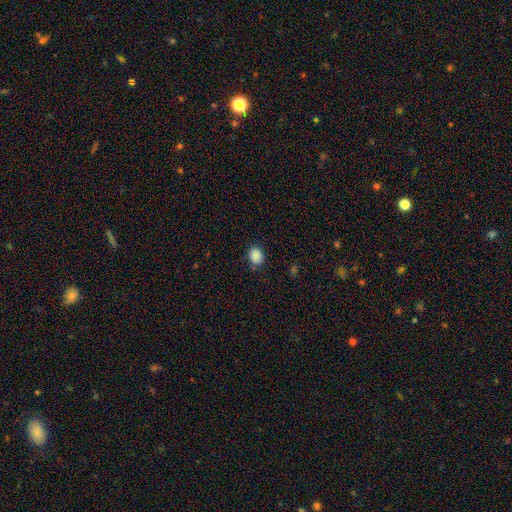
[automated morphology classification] smooth-or-featured: smooth: 88% | star or artifact: 9% | featured or disk: 3%
  how-rounded: round: 57% | in between: 42% | cigar-shaped: 1%
  merging: none: 83% | minor disturbance: 12% | major disturbance: 3% | merger: 1%